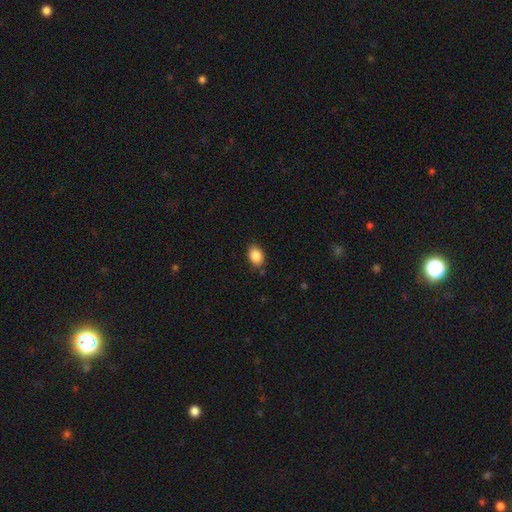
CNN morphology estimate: Smooth or featured: smooth — 87% (star or artifact — 8%)
How rounded: in between — 76% (round — 23%)
Merging: none — 83% (minor disturbance — 12%)